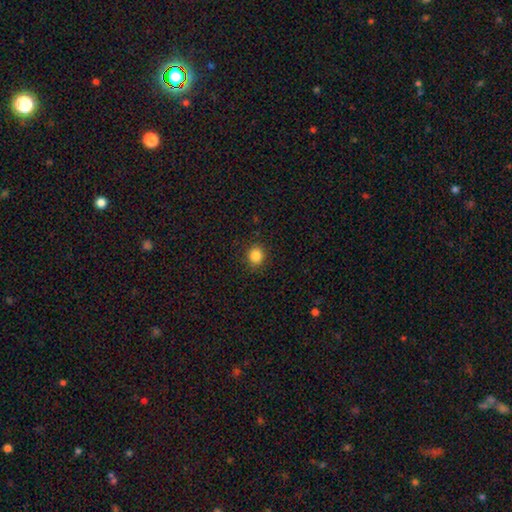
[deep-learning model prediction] Morphology: type=smooth (85%); roundness=round (81%); merging=none (89%).